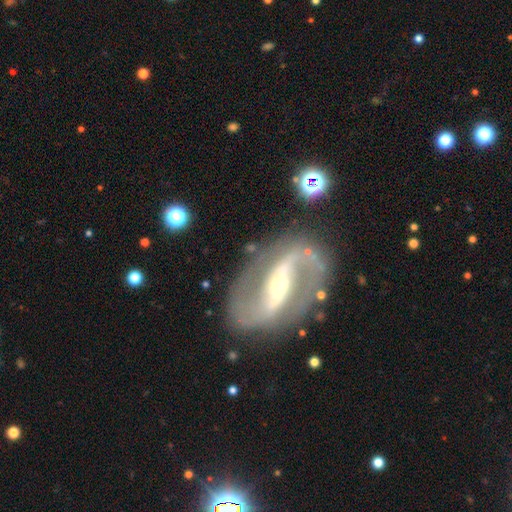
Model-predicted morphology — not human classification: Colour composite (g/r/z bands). It shows a featured or disk galaxy (89%) with a strong bar (61%), 2 (93%) medium (44%) spiral arms (94%) and a small central bulge (55%). Merging: none (81%).